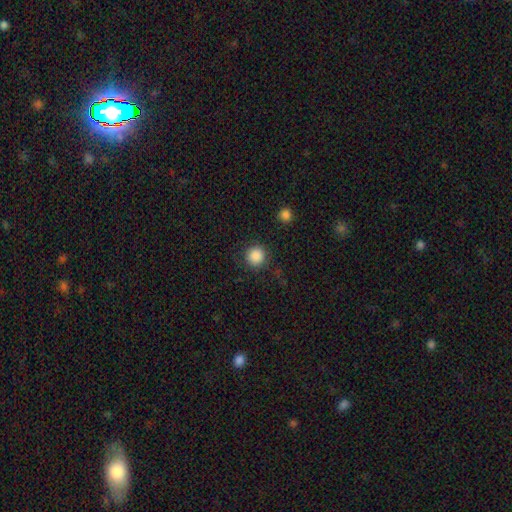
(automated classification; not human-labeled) The model was most divided on "smooth or featured": smooth: 87%, star or artifact: 10%, featured or disk: 3%. More confident: how rounded — round (94%); merging — none (88%).